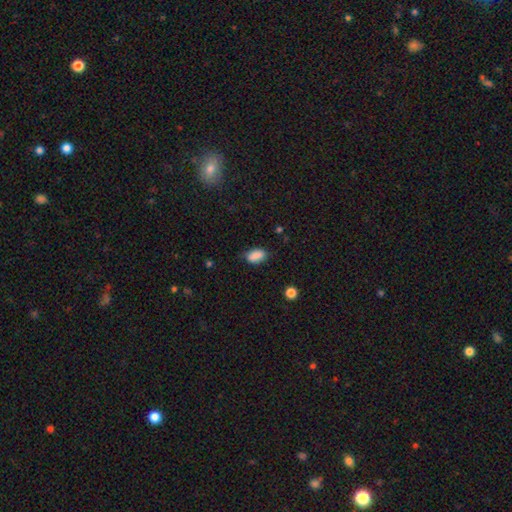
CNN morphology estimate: A smooth galaxy with no disk features (86%) that is in between round and cigar-shaped (91%).

Vote fractions:
- Smooth or featured? smooth: 86% / star or artifact: 8% / featured or disk: 6%
- How rounded? in between: 91% / round: 7% / cigar-shaped: 2%
- Merging? none: 73% / minor disturbance: 21% / major disturbance: 4% / merger: 2%